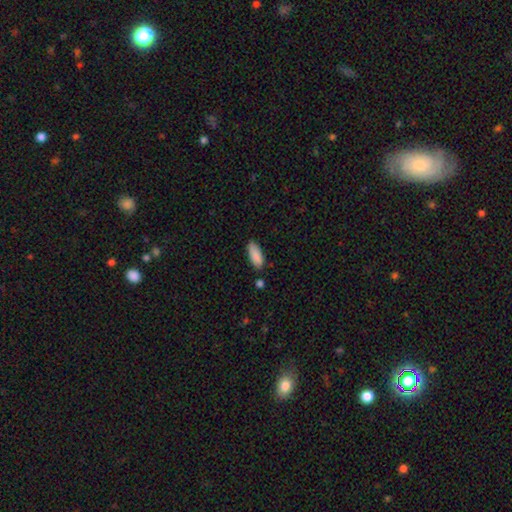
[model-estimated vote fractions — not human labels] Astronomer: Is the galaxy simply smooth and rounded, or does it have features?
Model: smooth — 89%.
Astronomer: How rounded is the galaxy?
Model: in between — 79%.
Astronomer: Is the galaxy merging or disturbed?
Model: none — 80%.